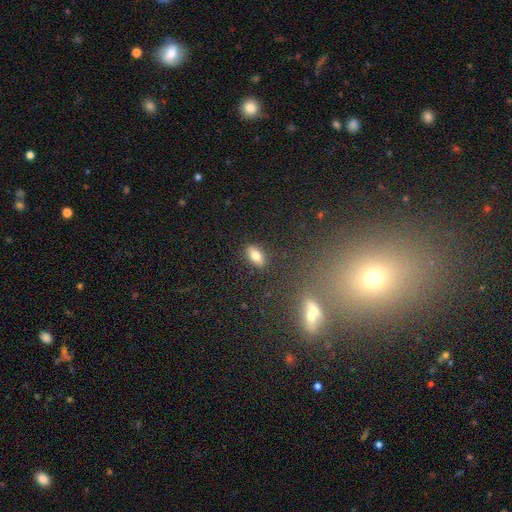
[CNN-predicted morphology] This appears to be a smooth galaxy with no disk features (76%) that is in between round and cigar-shaped (86%). Merging: none (87%).